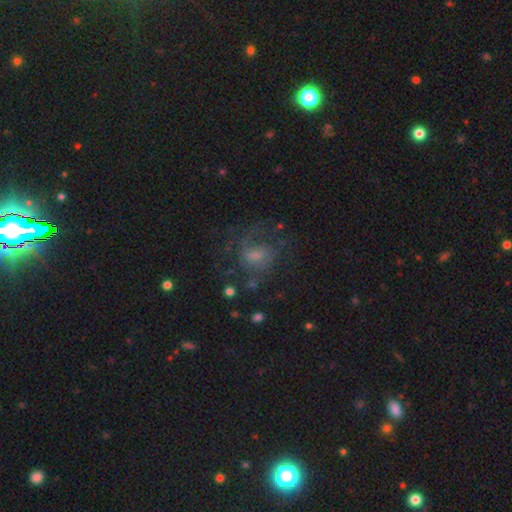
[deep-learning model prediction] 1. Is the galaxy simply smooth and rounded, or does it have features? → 53% featured or disk, 33% smooth, 14% star or artifact.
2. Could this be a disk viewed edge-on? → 97% no, 3% yes.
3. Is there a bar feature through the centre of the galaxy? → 45% no (tied), 45% weak (tied), 10% strong.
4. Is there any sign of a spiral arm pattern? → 71% yes, 29% no.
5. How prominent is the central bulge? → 36% moderate, 31% small, 21% none, 10% large, 2% dominant.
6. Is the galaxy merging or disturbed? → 46% none, 30% major disturbance, 20% minor disturbance, 3% merger.